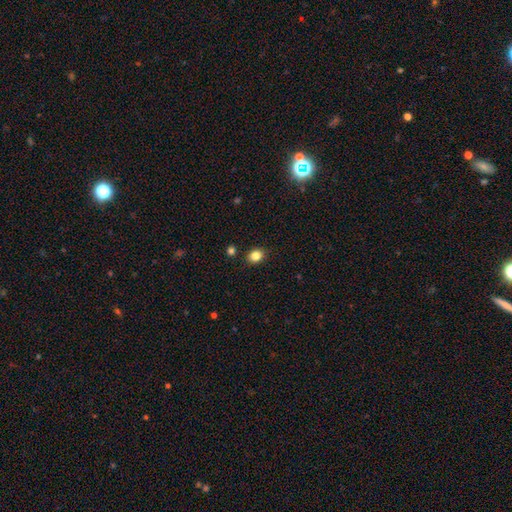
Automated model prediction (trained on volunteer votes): Smooth or featured? smooth (83%)
How rounded? round (57%)
Merging? none (88%)